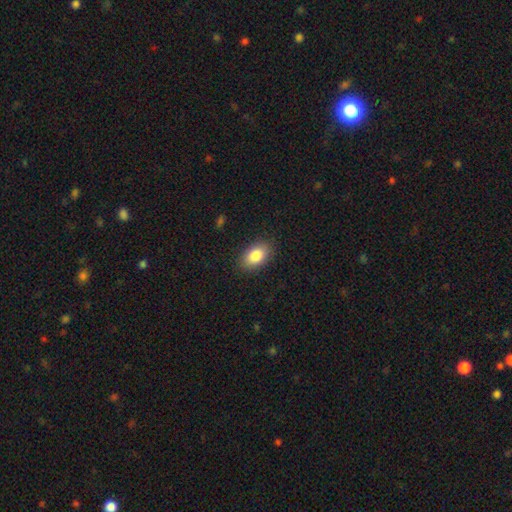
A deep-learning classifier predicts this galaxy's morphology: Overall: smooth (85%). How rounded: in between (91%). Merging: none (87%).